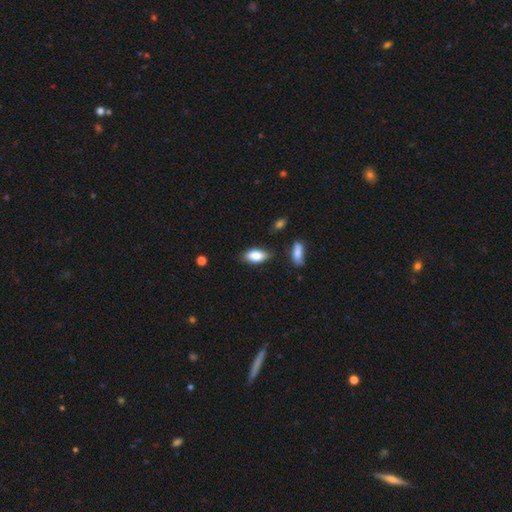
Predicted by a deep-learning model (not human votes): Q: Smooth or featured?
A: smooth (81%); runner-up: featured or disk (12%)
Q: How rounded?
A: in between (87%); runner-up: cigar-shaped (10%)
Q: Merging?
A: none (78%); runner-up: minor disturbance (16%)